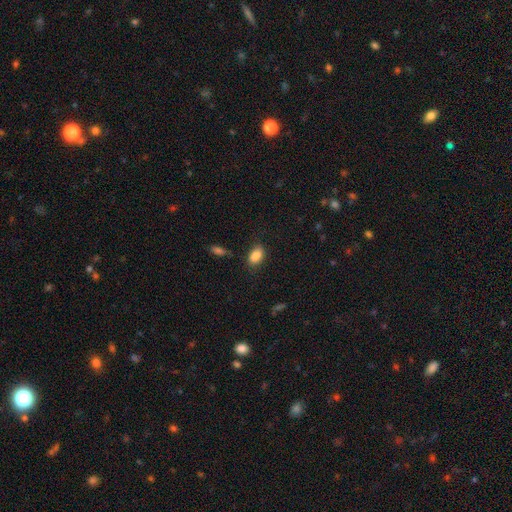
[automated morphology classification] Smooth or featured: smooth — 86% (star or artifact — 8%)
How rounded: in between — 88% (round — 10%)
Merging: none — 81% (minor disturbance — 13%)